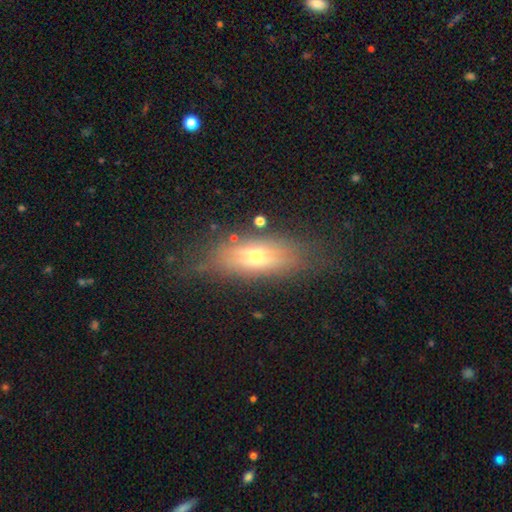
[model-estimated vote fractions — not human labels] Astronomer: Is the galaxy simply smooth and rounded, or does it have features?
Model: smooth — 50% (runner-up: featured or disk, 40%).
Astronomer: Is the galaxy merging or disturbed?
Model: none — 74%.